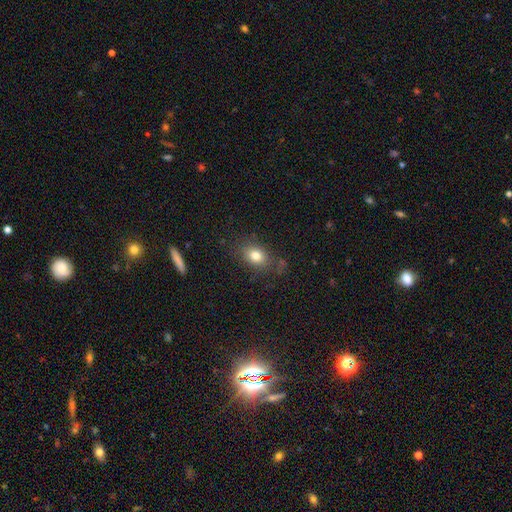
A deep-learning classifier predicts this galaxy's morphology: The model was most divided on "how rounded": in between: 72%, round: 26%, cigar-shaped: 2%. More confident: smooth or featured — smooth (80%); merging — none (76%).